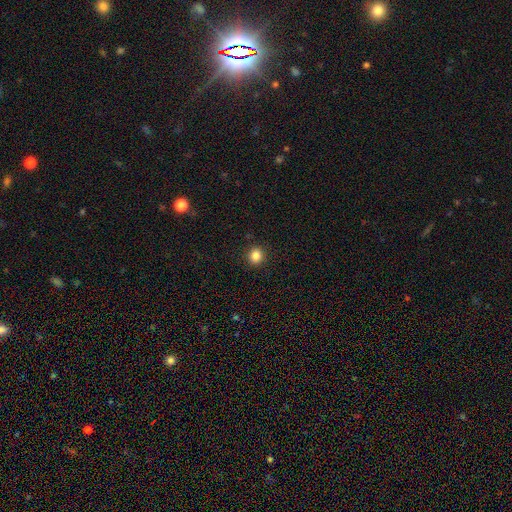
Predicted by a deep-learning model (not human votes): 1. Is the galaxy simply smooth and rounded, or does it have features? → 85% smooth, 11% star or artifact, 4% featured or disk.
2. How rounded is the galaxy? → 79% round, 20% in between, 1% cigar-shaped.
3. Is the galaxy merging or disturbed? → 91% none, 6% minor disturbance, 2% major disturbance, 1% merger.